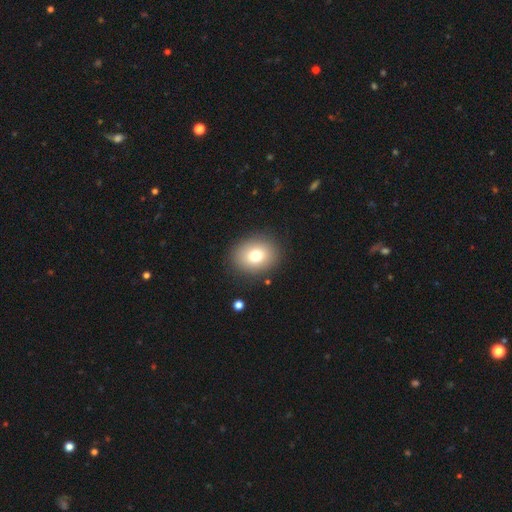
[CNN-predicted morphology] Smooth or featured? Predicted: smooth (p=0.77). How rounded? Predicted: round (p=0.54). Merging? Predicted: none (p=0.88).